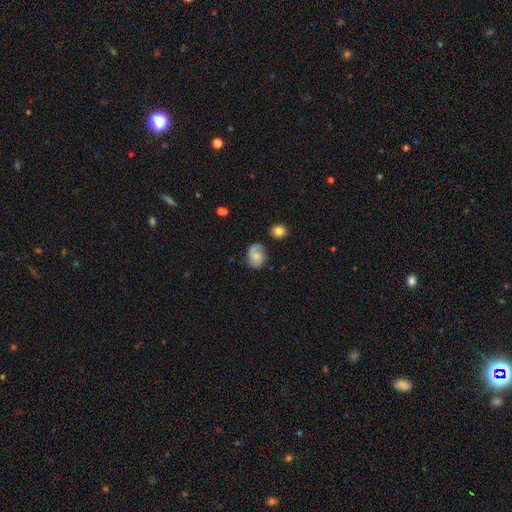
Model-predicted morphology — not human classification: A smooth galaxy with no disk features (61%) that is in between round and cigar-shaped (55%).

Vote fractions:
- Smooth or featured? smooth: 61% / featured or disk: 30% / star or artifact: 9%
- How rounded? in between: 55% / round: 43% / cigar-shaped: 1%
- Merging? none: 66% / minor disturbance: 24% / major disturbance: 7% / merger: 3%